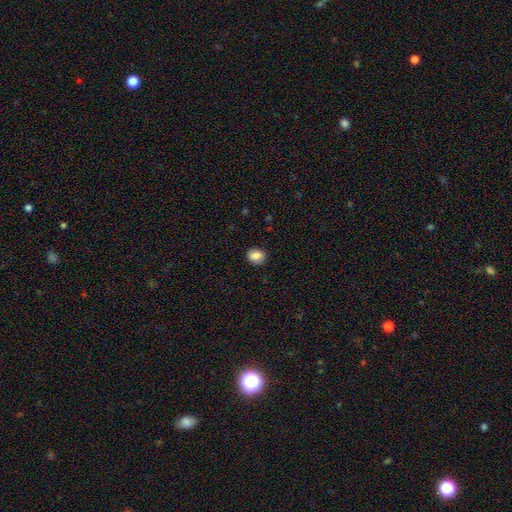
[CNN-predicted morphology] smooth_or_featured: smooth (p=0.85) [alt: star or artifact p=0.09]
how_rounded: round (p=0.57) [alt: in between p=0.42]
merging: none (p=0.88) [alt: minor disturbance p=0.09]